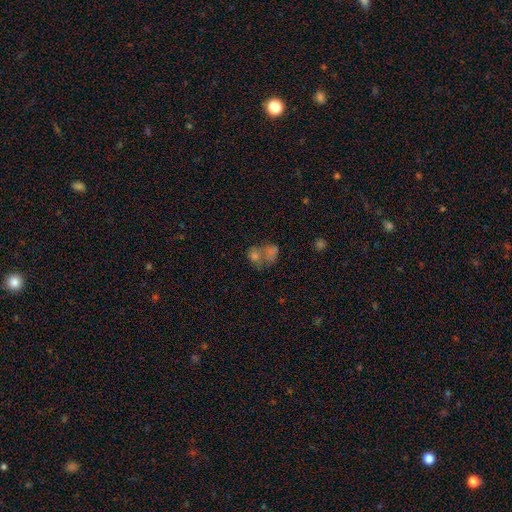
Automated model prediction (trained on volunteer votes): Smooth or featured? Predicted: smooth (p=0.46). Merging? Predicted: merger (p=0.47).